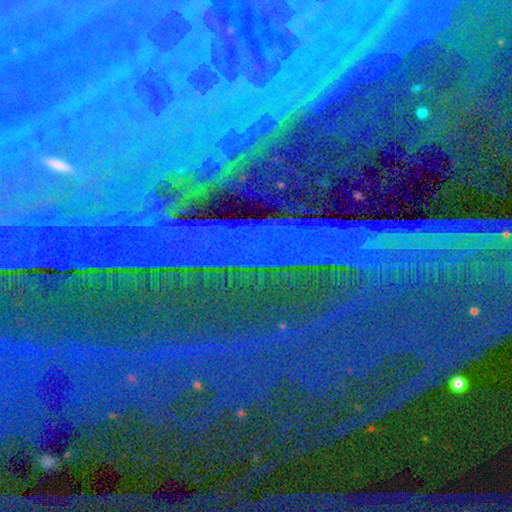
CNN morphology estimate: smooth_or_featured: star or artifact (p=0.86) [alt: featured or disk p=0.07]